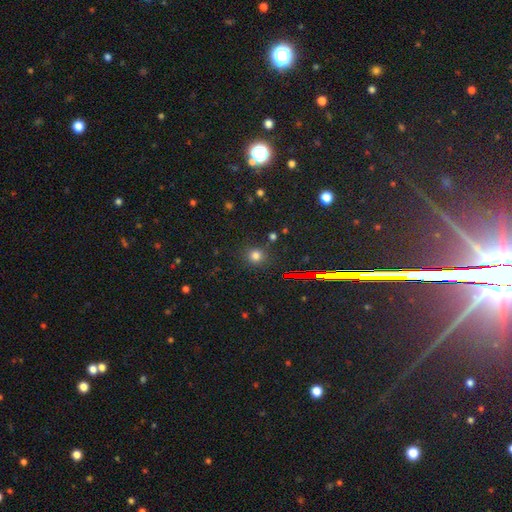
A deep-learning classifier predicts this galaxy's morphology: Overall: smooth (74%). How rounded: round (89%). Merging: none (85%).